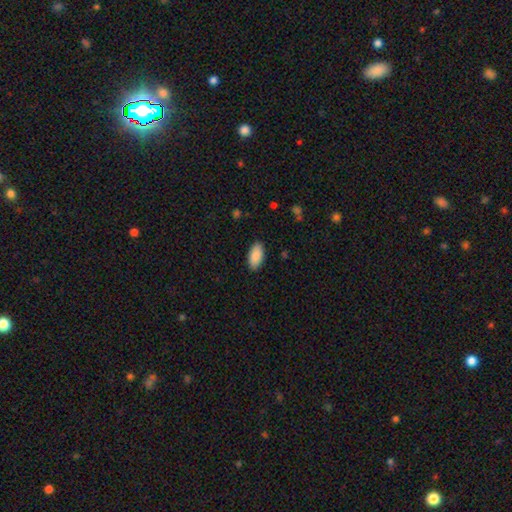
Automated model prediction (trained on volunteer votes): Smooth or featured?
  - smooth: 89% *
  - star or artifact: 6%
  - featured or disk: 5%
How rounded?
  - in between: 93% *
  - cigar-shaped: 5%
  - round: 2%
Merging?
  - none: 89% *
  - minor disturbance: 8%
  - major disturbance: 2%
  - merger: 1%